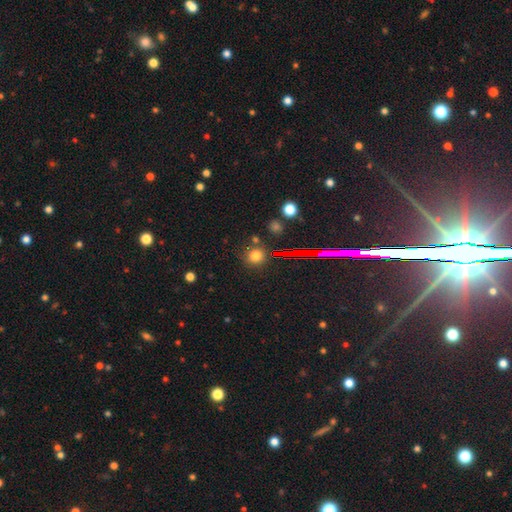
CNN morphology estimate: The model was most divided on "smooth or featured": smooth: 74%, star or artifact: 19%, featured or disk: 6%. More confident: how rounded — round (88%); merging — none (80%).